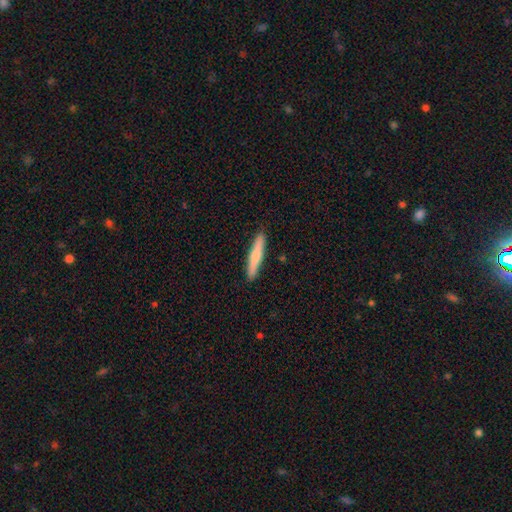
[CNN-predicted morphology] smooth-or-featured: smooth: 69% | featured or disk: 26% | star or artifact: 5%
  how-rounded: cigar-shaped: 93% | in between: 6% | round: 1%
  merging: none: 91% | minor disturbance: 7% | major disturbance: 1% | merger: 1%